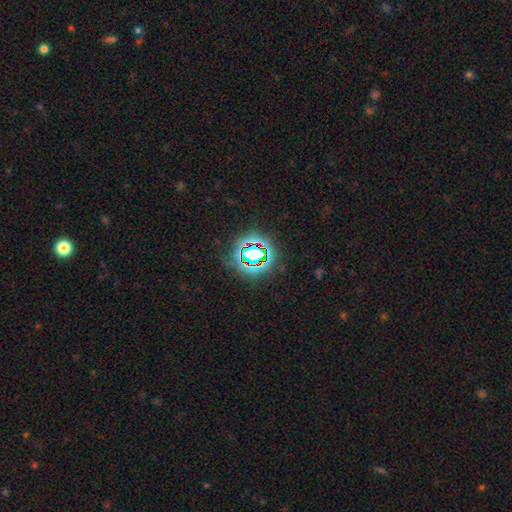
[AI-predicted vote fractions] star or artifact 68%, smooth 21%, featured or disk 11%.